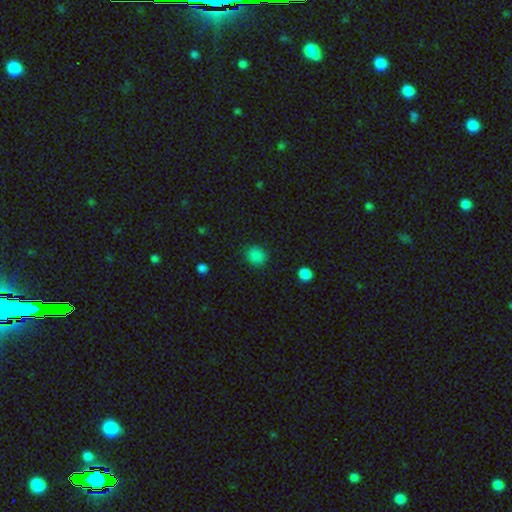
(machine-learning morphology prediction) Smooth or featured? Predicted: smooth (p=0.85). How rounded? Predicted: round (p=0.79). Merging? Predicted: none (p=0.86).